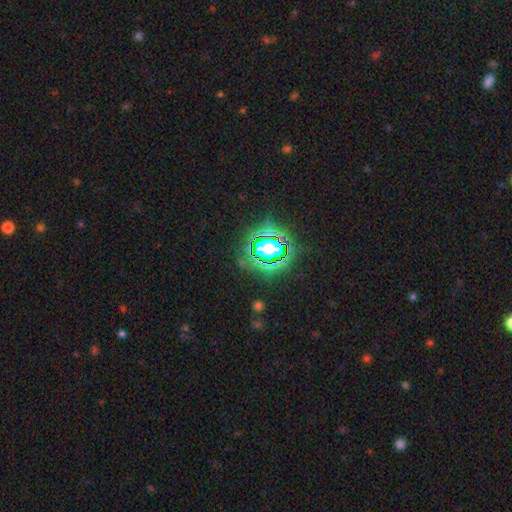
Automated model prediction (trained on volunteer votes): The model was most divided on "smooth or featured": star or artifact: 80%, smooth: 14%, featured or disk: 7%.